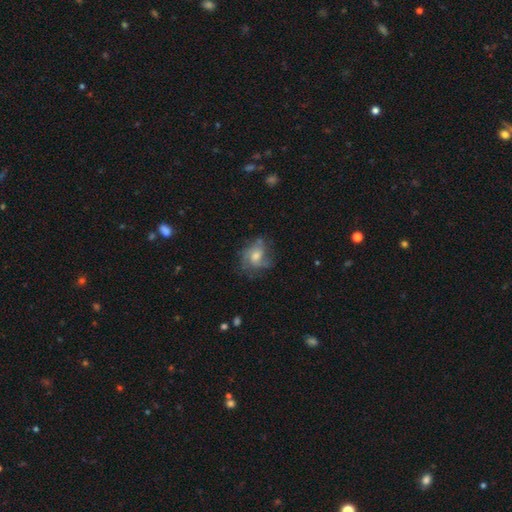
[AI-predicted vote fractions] Smooth or featured? featured or disk (60%)
Edge-on disk? no (97%)
Bar? no (63%)
Spiral arms? yes (81%)
Bulge size? moderate (58%)
Merging? none (62%)